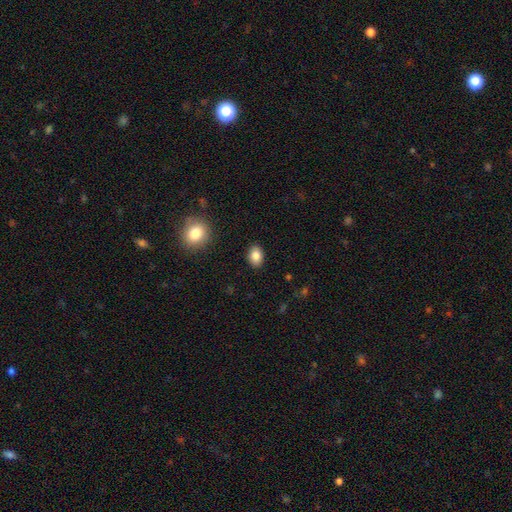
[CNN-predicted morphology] A smooth galaxy with no disk features (85%) that is in between round and cigar-shaped (75%).

Vote fractions:
- Smooth or featured? smooth: 85% / star or artifact: 9% / featured or disk: 6%
- How rounded? in between: 75% / round: 24% / cigar-shaped: 1%
- Merging? none: 89% / minor disturbance: 8% / major disturbance: 2% / merger: 1%